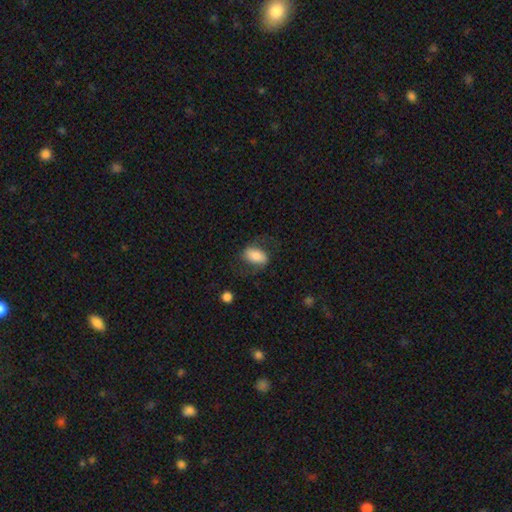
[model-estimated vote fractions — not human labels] smooth 69%, featured or disk 24%, star or artifact 7%. Down the decision tree: how rounded — in between (90%); merging — none (60%).